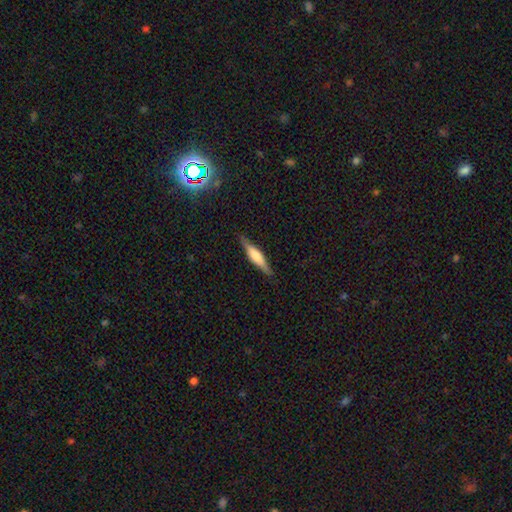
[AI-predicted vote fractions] Overall: featured or disk (53%; smooth 41%). Edge-on disk: yes (96%). Edge-on bulge: rounded (67%). Merging: none (88%).